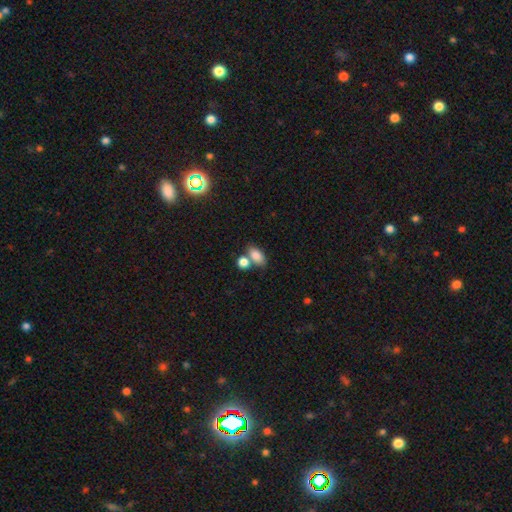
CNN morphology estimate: Smooth or featured? Predicted: smooth (p=0.82). How rounded? Predicted: in between (p=0.86). Merging? Predicted: none (p=0.49).